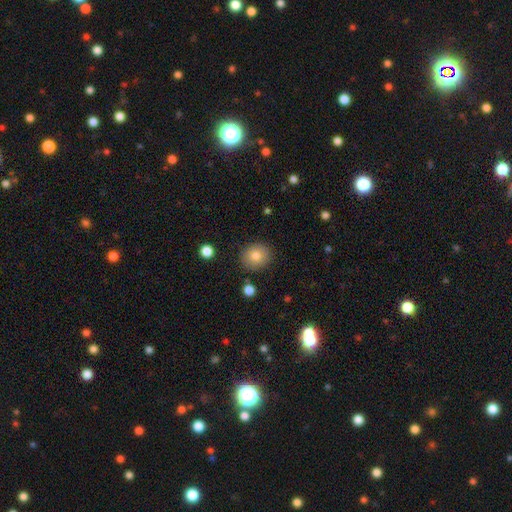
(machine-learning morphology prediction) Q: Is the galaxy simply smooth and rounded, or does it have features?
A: smooth — 81%.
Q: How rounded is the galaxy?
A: round — 80%.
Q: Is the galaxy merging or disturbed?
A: none — 87%.